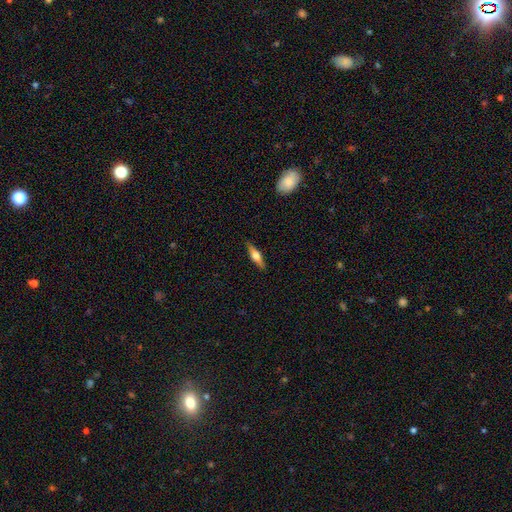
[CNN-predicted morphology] Q: Smooth or featured?
A: featured or disk (60%); runner-up: smooth (34%)
Q: Edge-on disk?
A: yes (96%); runner-up: no (4%)
Q: Edge-on bulge?
A: rounded (92%); runner-up: boxy (6%)
Q: Merging?
A: none (89%); runner-up: minor disturbance (8%)